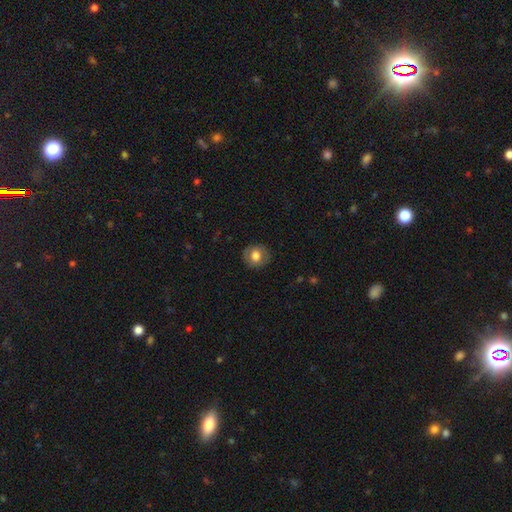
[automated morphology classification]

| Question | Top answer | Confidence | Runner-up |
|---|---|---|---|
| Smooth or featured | smooth | 72% | featured or disk (20%) |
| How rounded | round | 82% | in between (17%) |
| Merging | none | 84% | minor disturbance (12%) |